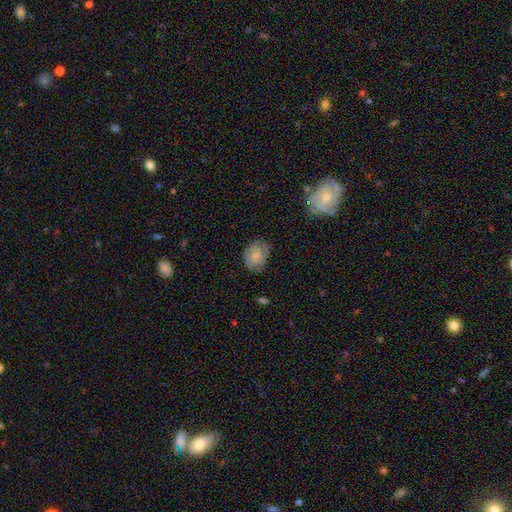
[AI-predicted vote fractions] A smooth galaxy with no disk features (53%) that is in between round and cigar-shaped (58%).

Vote fractions:
- Smooth or featured? smooth: 53% / featured or disk: 39% / star or artifact: 8%
- How rounded? in between: 58% / round: 41% / cigar-shaped: 1%
- Merging? none: 73% / minor disturbance: 21% / major disturbance: 6% / merger: 1%